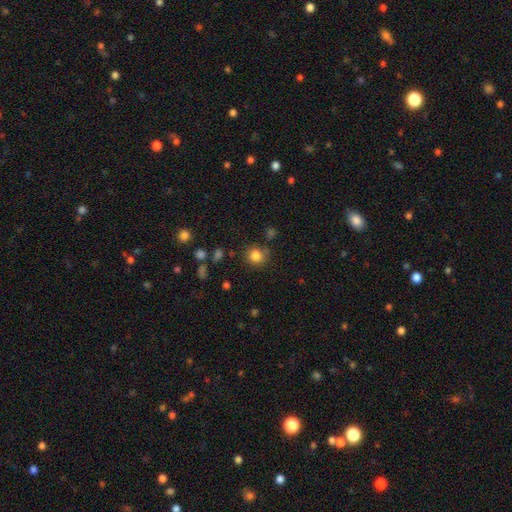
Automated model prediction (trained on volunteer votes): smooth-or-featured: smooth: 83% | star or artifact: 11% | featured or disk: 6%
  how-rounded: round: 86% | in between: 13% | cigar-shaped: 1%
  merging: none: 77% | minor disturbance: 13% | merger: 5% | major disturbance: 5%